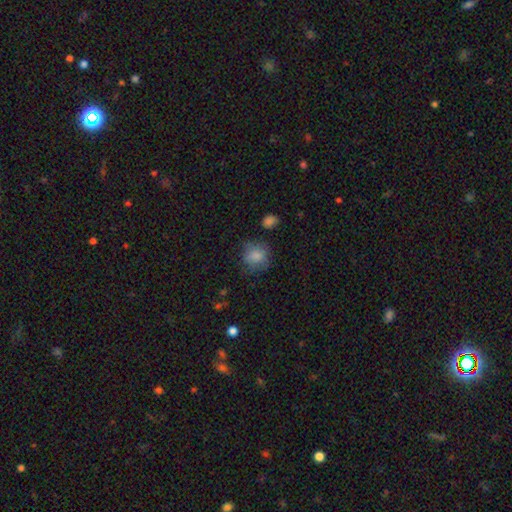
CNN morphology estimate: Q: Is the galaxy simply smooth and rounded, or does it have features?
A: smooth — 81%.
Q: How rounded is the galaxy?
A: round — 76%.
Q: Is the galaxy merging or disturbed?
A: none — 64%.